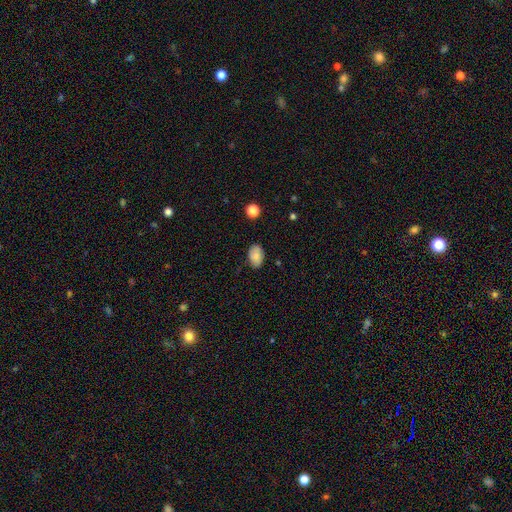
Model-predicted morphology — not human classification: smooth 85%, star or artifact 8%, featured or disk 7%. Down the decision tree: how rounded — in between (90%); merging — none (83%).